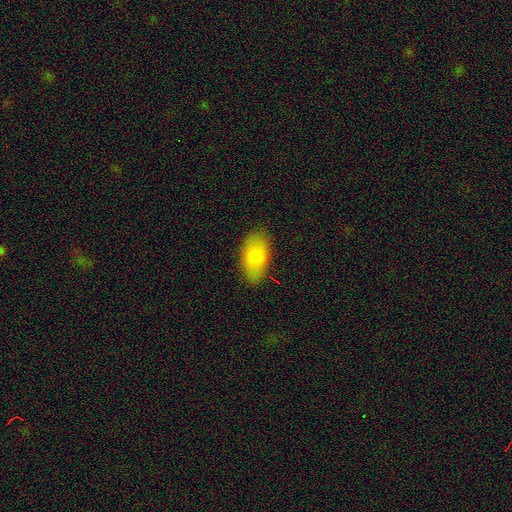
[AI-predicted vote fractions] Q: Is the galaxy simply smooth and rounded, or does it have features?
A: smooth — 82%.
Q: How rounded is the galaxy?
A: in between — 93%.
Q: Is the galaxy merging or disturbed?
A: none — 85%.